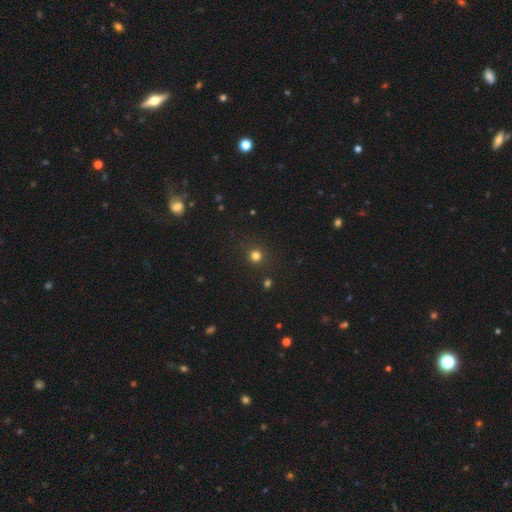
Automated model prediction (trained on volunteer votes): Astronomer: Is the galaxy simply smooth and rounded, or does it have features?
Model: smooth — 77%.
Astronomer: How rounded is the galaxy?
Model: round — 93%.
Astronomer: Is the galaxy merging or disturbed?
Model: none — 88%.